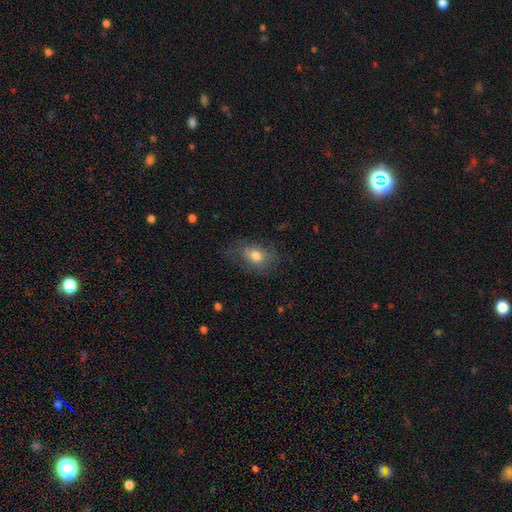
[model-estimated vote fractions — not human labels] Smooth or featured: smooth — 68% (featured or disk — 23%)
How rounded: in between — 78% (round — 20%)
Merging: none — 57% (minor disturbance — 25%)